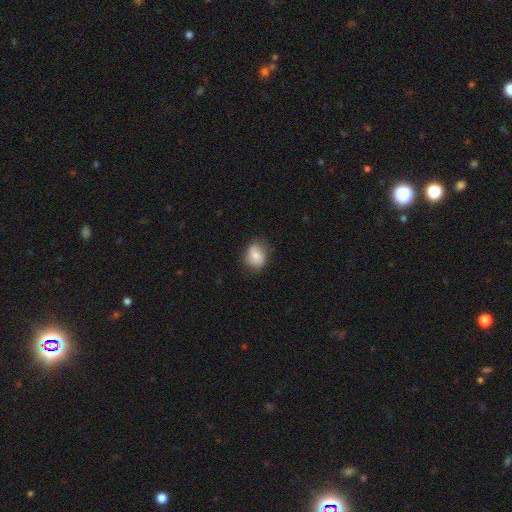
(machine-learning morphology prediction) smooth-or-featured: smooth: 69% | featured or disk: 23% | star or artifact: 8%
  how-rounded: round: 52% | in between: 46% | cigar-shaped: 1%
  merging: none: 72% | minor disturbance: 22% | major disturbance: 6% | merger: 1%